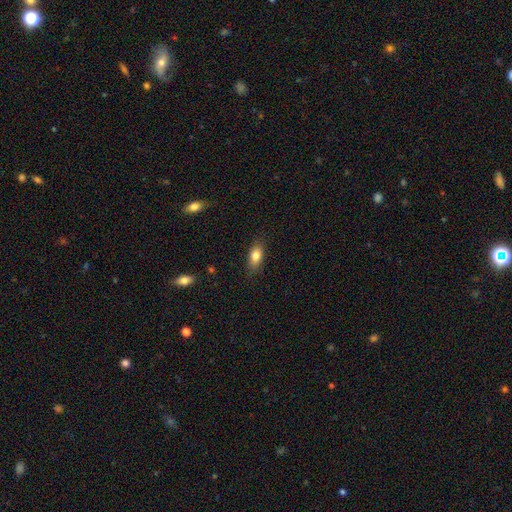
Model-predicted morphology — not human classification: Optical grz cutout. It shows a smooth galaxy with no disk features (82%) that is in between round and cigar-shaped (84%). Merging: none (82%).